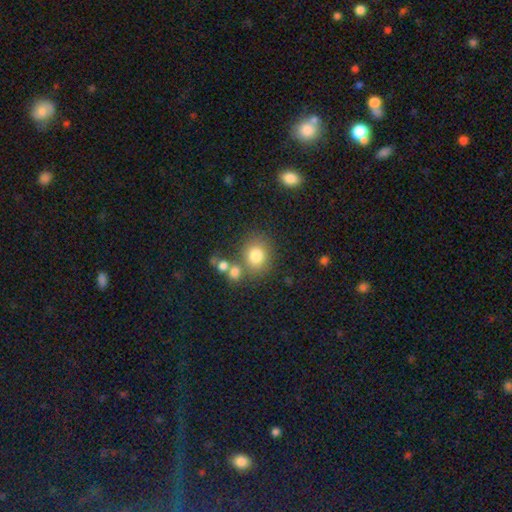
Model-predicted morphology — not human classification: smooth-or-featured: smooth: 79% | star or artifact: 11% | featured or disk: 10%
  how-rounded: round: 70% | in between: 29% | cigar-shaped: 1%
  merging: none: 64% | merger: 19% | minor disturbance: 12% | major disturbance: 5%